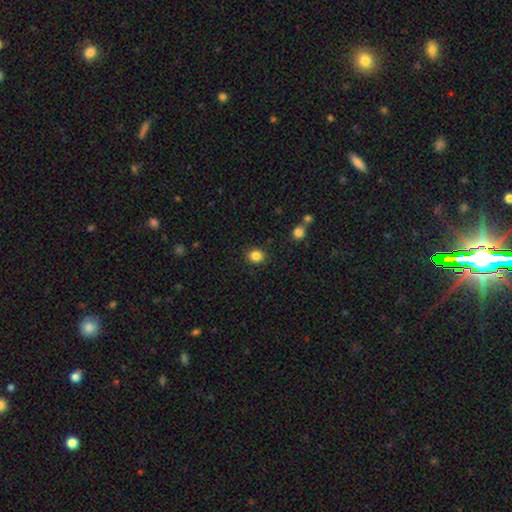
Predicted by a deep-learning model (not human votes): Smooth or featured: smooth — 85% (star or artifact — 11%)
How rounded: round — 70% (in between — 29%)
Merging: none — 88% (minor disturbance — 8%)